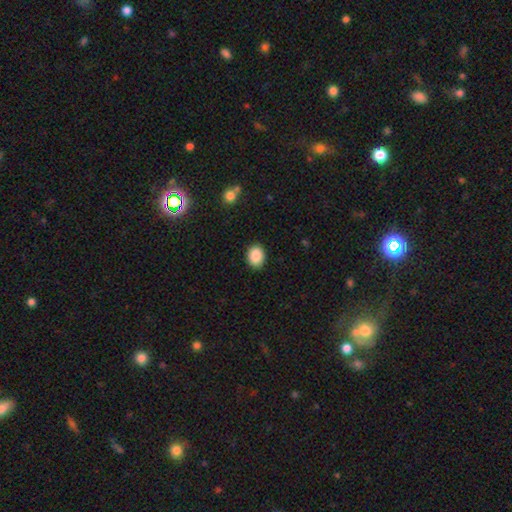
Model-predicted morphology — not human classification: This is clearly a smooth galaxy (89%). How rounded: possibly in between (58%). Merging: clearly none (90%).